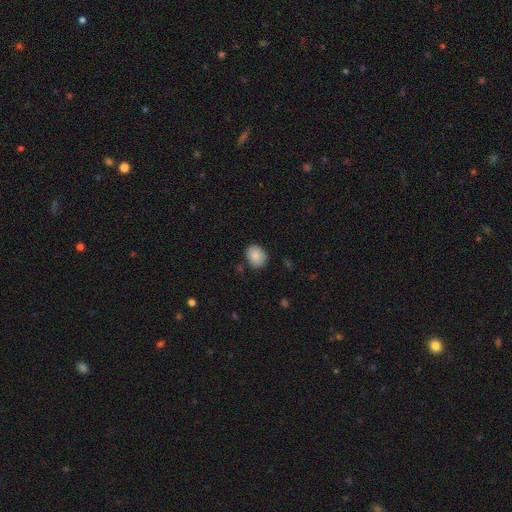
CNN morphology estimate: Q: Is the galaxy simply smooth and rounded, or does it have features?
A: smooth — 85%.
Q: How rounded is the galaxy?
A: in between — 51%.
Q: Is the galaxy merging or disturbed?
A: none — 82%.